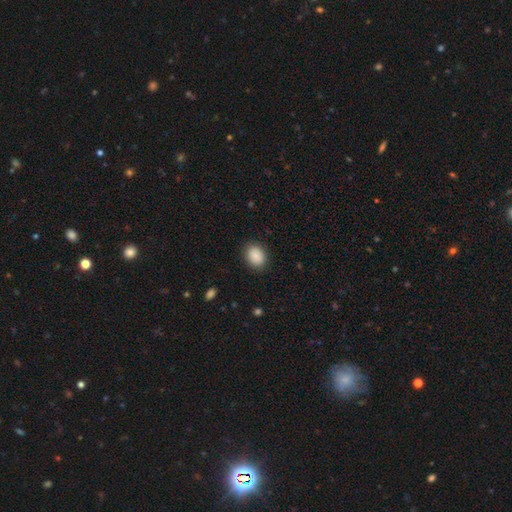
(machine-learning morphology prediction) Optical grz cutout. It shows a smooth galaxy with no disk features (89%) that is in between round and cigar-shaped (62%). Merging: none (86%).